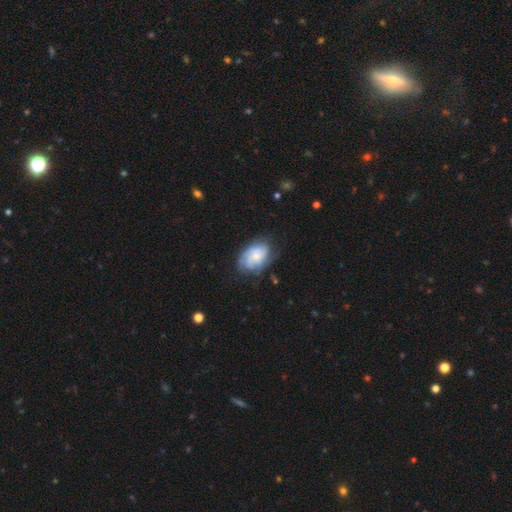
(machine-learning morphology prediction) Overall: featured or disk (59%; smooth 34%). Edge-on disk: no (97%). Bar: no (70%). Spiral arms: yes (85%). Bulge size: small (52%; moderate 34%). Merging: none (64%; minor disturbance 24%).